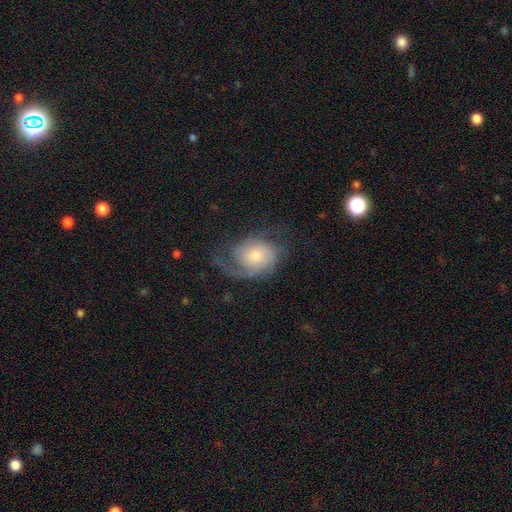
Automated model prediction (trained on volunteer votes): Overall: featured or disk (71%). Edge-on disk: no (97%). Bar: no (75%). Spiral arms: yes (92%). Spiral arm count: 2 (37%; 1 30%). Spiral winding: medium (39%; tight 35%). Bulge size: moderate (51%; small 37%). Merging: none (52%; major disturbance 24%).